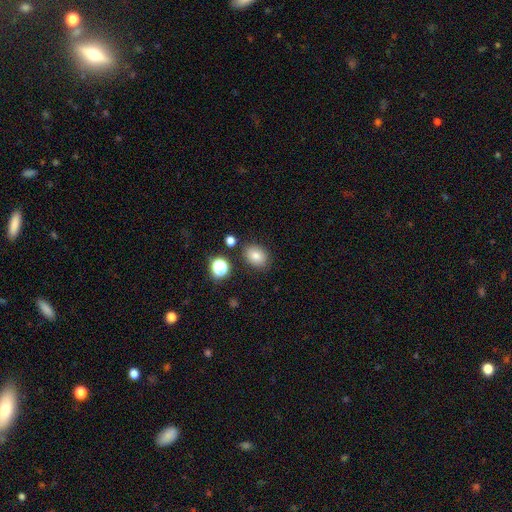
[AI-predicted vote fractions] Q: Smooth or featured?
A: smooth (79%); runner-up: star or artifact (12%)
Q: How rounded?
A: in between (62%); runner-up: round (37%)
Q: Merging?
A: none (82%); runner-up: minor disturbance (11%)